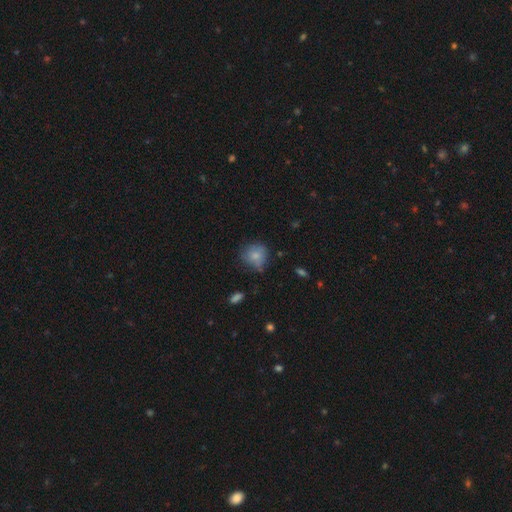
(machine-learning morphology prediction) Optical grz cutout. It shows a smooth galaxy with no disk features (78%) that is round (79%). Merging: none (61%).